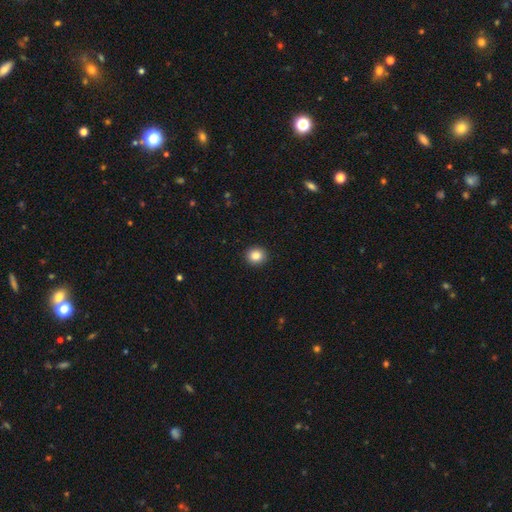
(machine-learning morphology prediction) This appears to be a smooth galaxy with no disk features (85%) that is round (84%). Merging: none (93%).